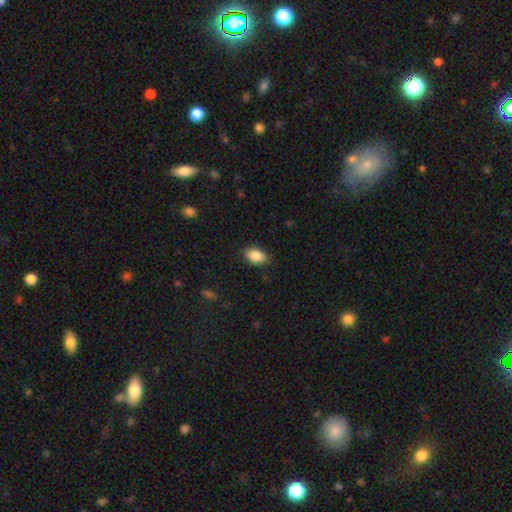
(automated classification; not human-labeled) Q: Smooth or featured?
A: smooth (87%); runner-up: star or artifact (7%)
Q: How rounded?
A: in between (89%); runner-up: round (9%)
Q: Merging?
A: none (85%); runner-up: minor disturbance (12%)